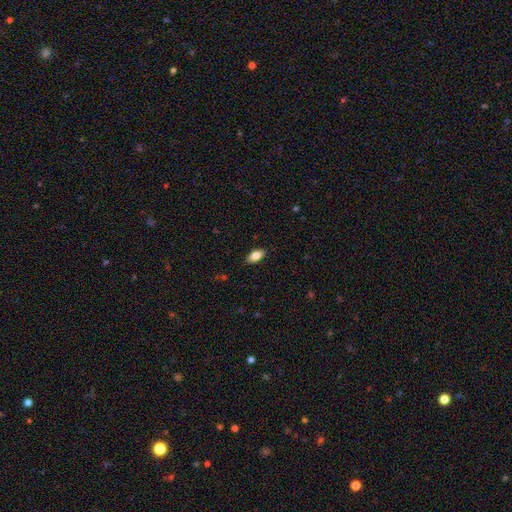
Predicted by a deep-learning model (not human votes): smooth-or-featured: smooth: 81% | featured or disk: 12% | star or artifact: 7%
  how-rounded: in between: 90% | cigar-shaped: 7% | round: 3%
  merging: none: 87% | minor disturbance: 10% | major disturbance: 2% | merger: 1%